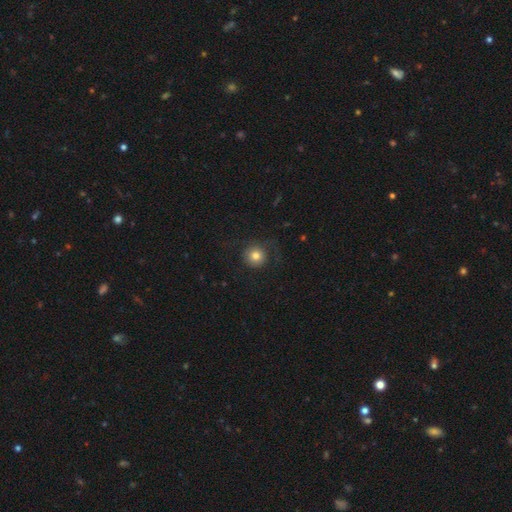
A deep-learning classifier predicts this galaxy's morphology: smooth_or_featured: smooth (p=0.76) [alt: featured or disk p=0.13]
how_rounded: round (p=0.94) [alt: in between p=0.05]
merging: none (p=0.73) [alt: major disturbance p=0.13]